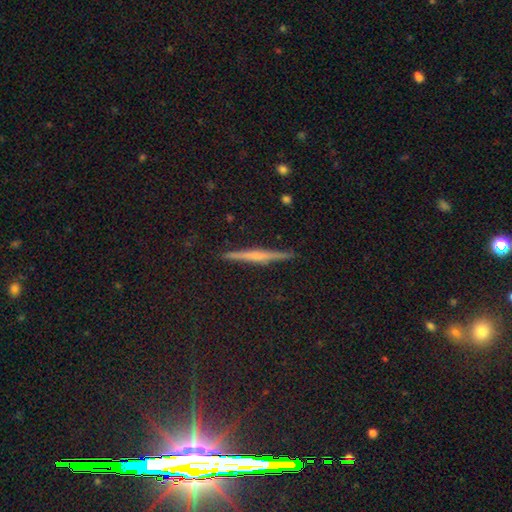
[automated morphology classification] Smooth or featured? featured or disk (57%)
Edge-on disk? yes (97%)
Edge-on bulge? rounded (50%)
Merging? none (91%)